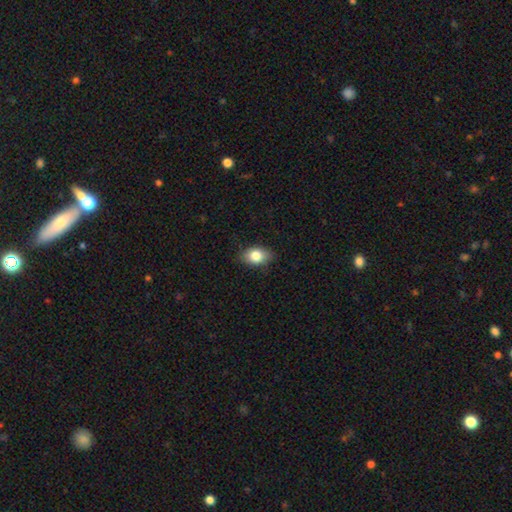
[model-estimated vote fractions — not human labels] Smooth or featured: smooth — 81% (featured or disk — 11%)
How rounded: in between — 82% (round — 16%)
Merging: none — 84% (minor disturbance — 13%)